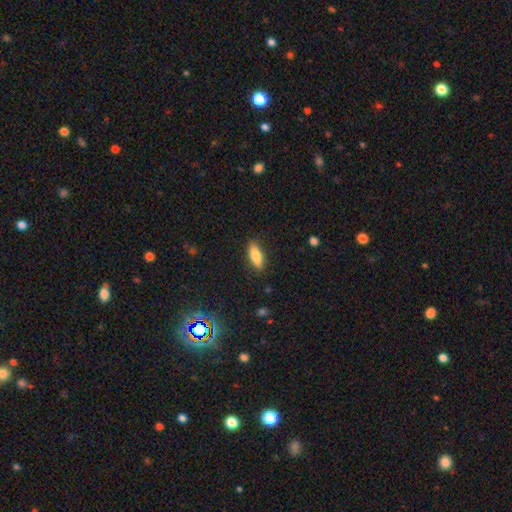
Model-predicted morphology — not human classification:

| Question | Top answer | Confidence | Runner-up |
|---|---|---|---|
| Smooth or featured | smooth | 82% | featured or disk (11%) |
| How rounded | in between | 66% | cigar-shaped (32%) |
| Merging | none | 88% | minor disturbance (9%) |